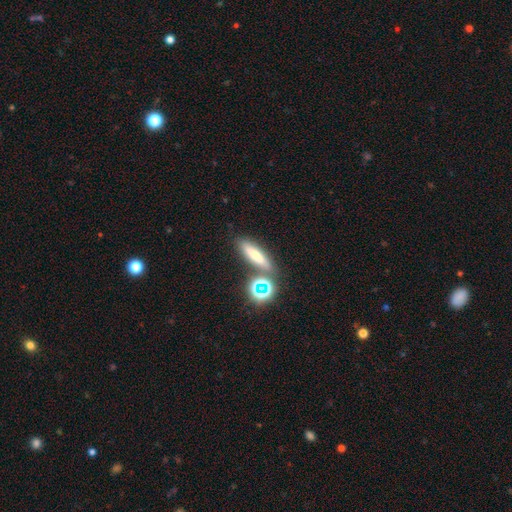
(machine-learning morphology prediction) This is likely a smooth galaxy (62%). How rounded: possibly cigar-shaped (55%). Merging: likely none (72%).